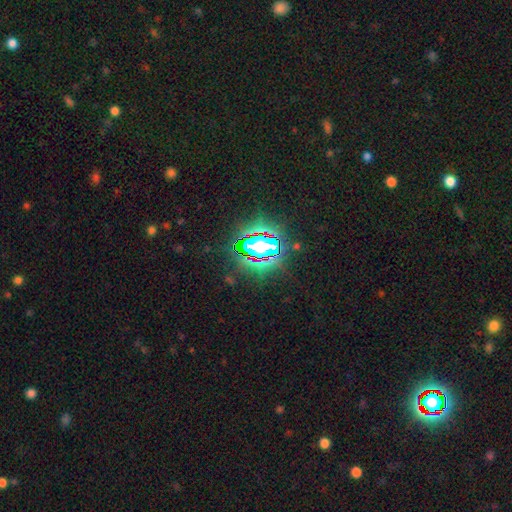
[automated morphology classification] A star or artifact, not a galaxy (80%).